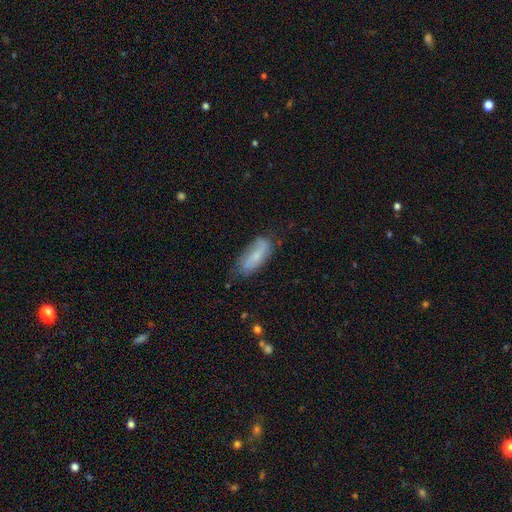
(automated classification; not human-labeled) Smooth or featured? Predicted: smooth (p=0.57). How rounded? Predicted: in between (p=0.72). Merging? Predicted: none (p=0.64).